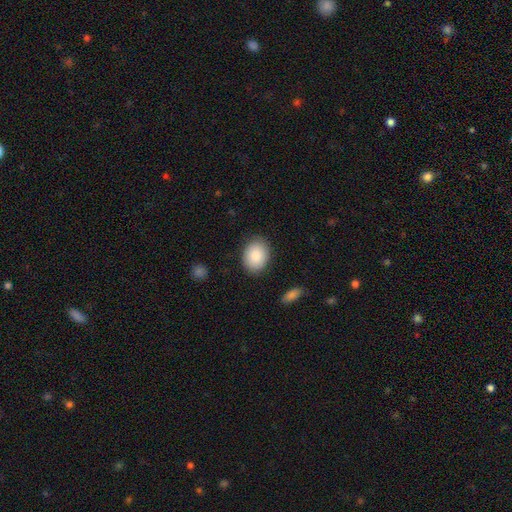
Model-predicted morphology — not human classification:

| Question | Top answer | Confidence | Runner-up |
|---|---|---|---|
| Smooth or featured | smooth | 87% | star or artifact (7%) |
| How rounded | in between | 71% | round (28%) |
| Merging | none | 86% | minor disturbance (10%) |